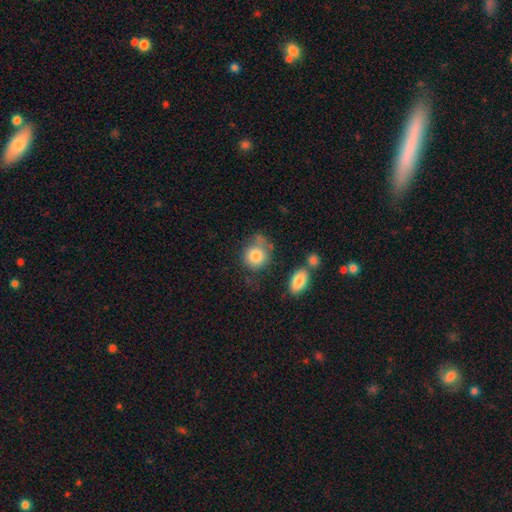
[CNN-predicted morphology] A smooth galaxy with no disk features (83%) that is round (79%).

Vote fractions:
- Smooth or featured? smooth: 83% / featured or disk: 9% / star or artifact: 8%
- How rounded? round: 79% / in between: 20% / cigar-shaped: 1%
- Merging? none: 53% / minor disturbance: 25% / major disturbance: 11% / merger: 11%